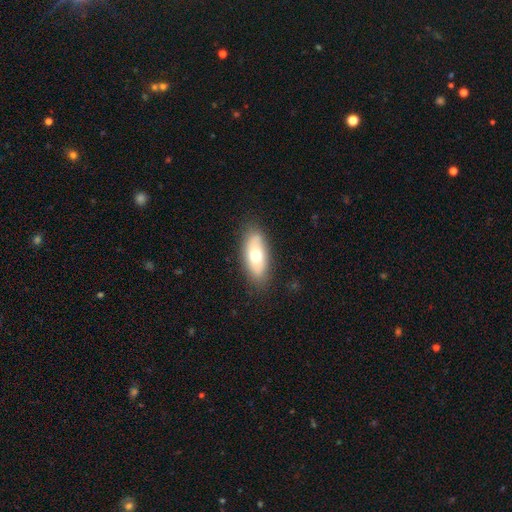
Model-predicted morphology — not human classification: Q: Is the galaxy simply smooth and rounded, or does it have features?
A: smooth — 64%.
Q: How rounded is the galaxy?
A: in between — 85%.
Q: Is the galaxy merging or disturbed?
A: none — 83%.